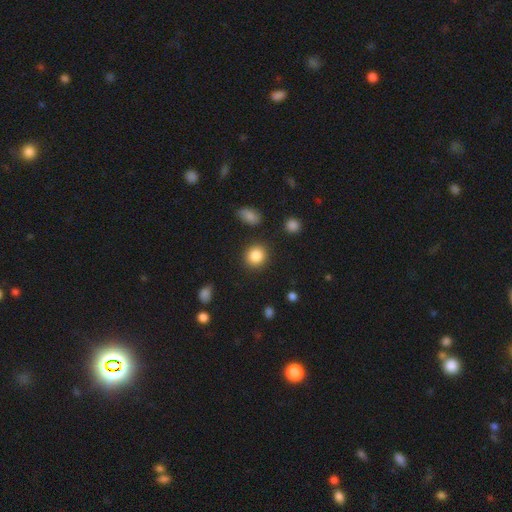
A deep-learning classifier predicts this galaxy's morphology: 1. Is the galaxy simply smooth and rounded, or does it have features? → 86% smooth, 9% star or artifact, 5% featured or disk.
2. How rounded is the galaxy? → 85% round, 14% in between, 1% cigar-shaped.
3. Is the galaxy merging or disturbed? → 88% none, 7% minor disturbance, 3% major disturbance, 3% merger.